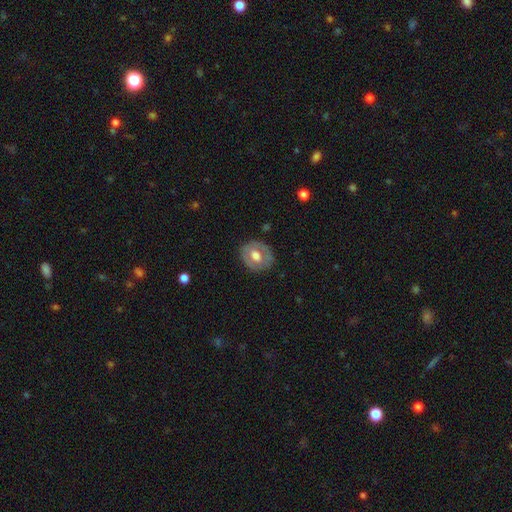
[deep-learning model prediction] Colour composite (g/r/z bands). It shows a featured or disk galaxy (47%, tied with smooth). Merging: none (79%).